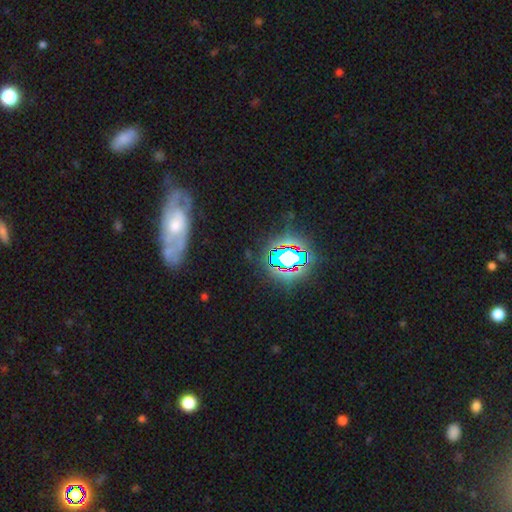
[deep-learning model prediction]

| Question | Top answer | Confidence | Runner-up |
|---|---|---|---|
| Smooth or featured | star or artifact | 47% | featured or disk (35%) |